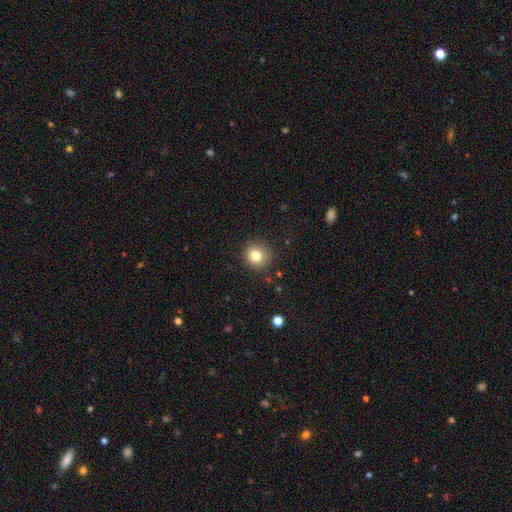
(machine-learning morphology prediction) Smooth or featured: smooth — 80% (star or artifact — 12%)
How rounded: round — 92% (in between — 7%)
Merging: none — 89% (minor disturbance — 8%)